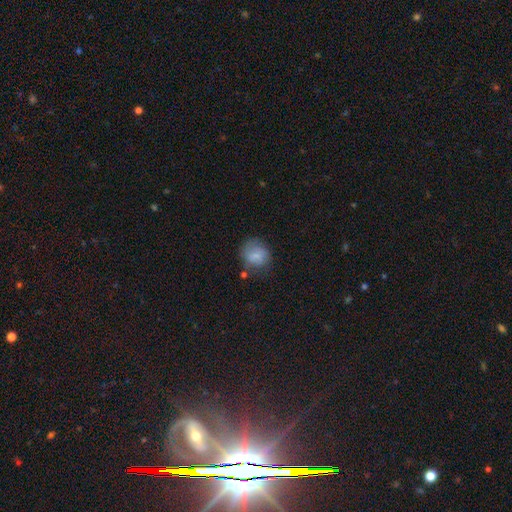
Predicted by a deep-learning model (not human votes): The model was most divided on "merging": none: 61%, minor disturbance: 24%, major disturbance: 10%, merger: 4%. More confident: smooth or featured — smooth (77%); how rounded — round (71%).